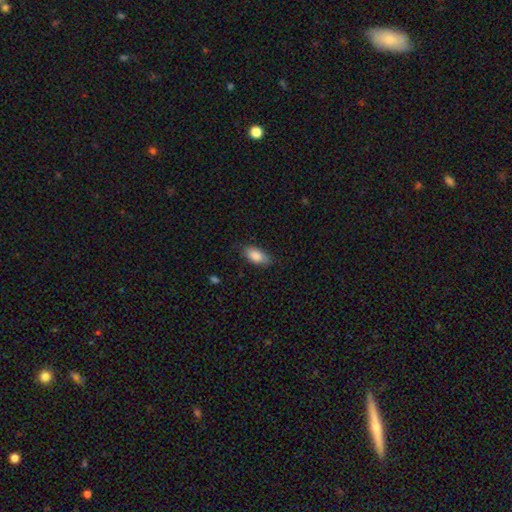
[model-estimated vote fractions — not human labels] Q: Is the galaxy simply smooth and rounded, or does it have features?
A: smooth — 87%.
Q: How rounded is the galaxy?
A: in between — 89%.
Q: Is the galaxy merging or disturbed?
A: none — 77%.